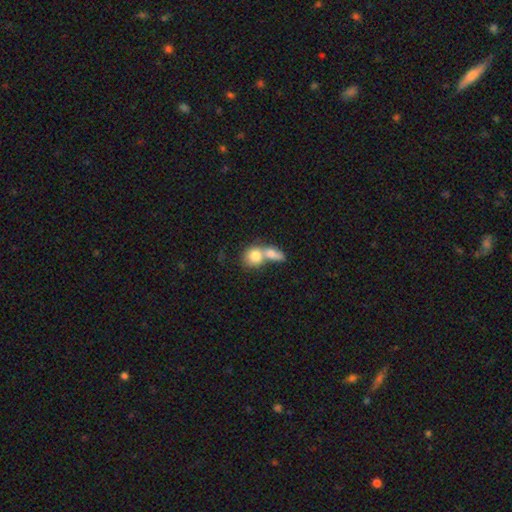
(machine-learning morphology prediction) Smooth or featured: smooth — 79% (featured or disk — 14%)
How rounded: round — 64% (in between — 33%)
Merging: merger — 66% (none — 24%)